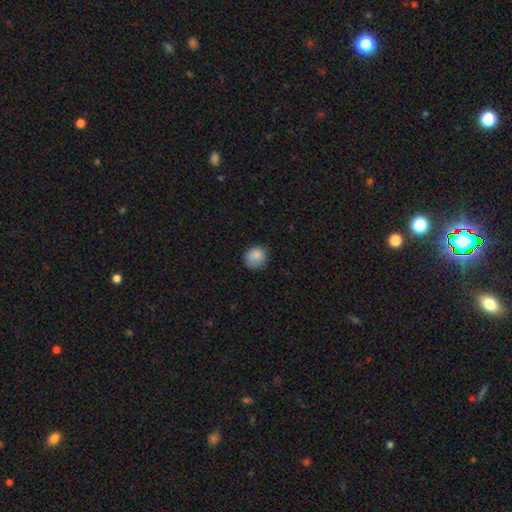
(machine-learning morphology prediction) The model was most divided on "merging": none: 73%, minor disturbance: 21%, major disturbance: 4%, merger: 1%. More confident: smooth or featured — smooth (87%); how rounded — round (80%).